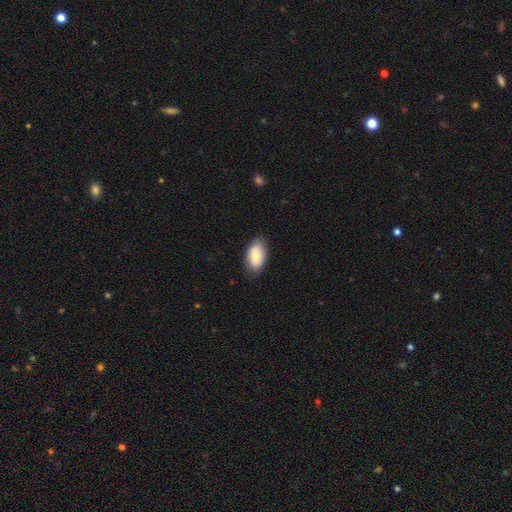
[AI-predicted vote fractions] Smooth or featured? smooth (80%)
How rounded? in between (93%)
Merging? none (79%)